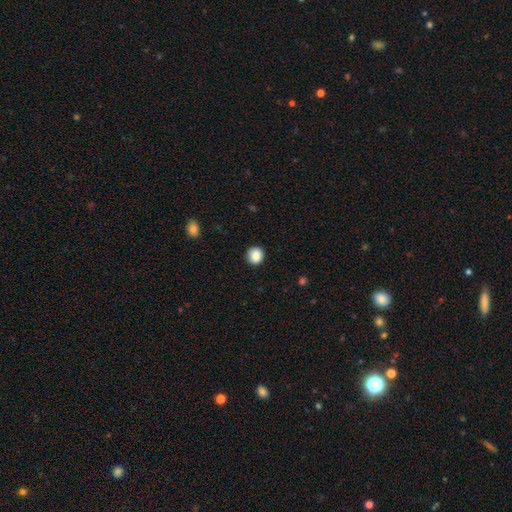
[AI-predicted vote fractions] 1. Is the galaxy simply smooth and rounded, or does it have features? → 88% smooth, 9% star or artifact, 3% featured or disk.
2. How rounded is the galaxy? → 87% round, 12% in between, 1% cigar-shaped.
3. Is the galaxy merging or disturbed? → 89% none, 8% minor disturbance, 2% major disturbance, 1% merger.